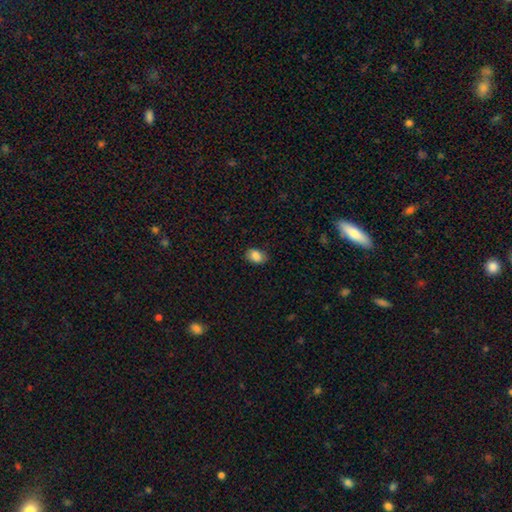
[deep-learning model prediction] This is clearly a smooth galaxy (85%). How rounded: likely in between (78%). Merging: clearly none (80%).